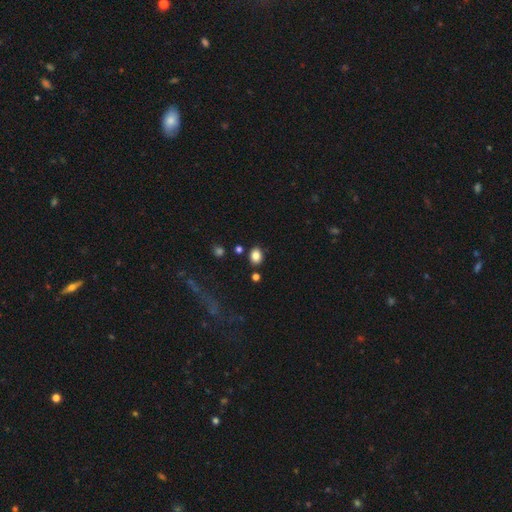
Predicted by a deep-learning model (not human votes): Q: Smooth or featured?
A: smooth (83%); runner-up: star or artifact (11%)
Q: How rounded?
A: in between (64%); runner-up: round (35%)
Q: Merging?
A: none (83%); runner-up: minor disturbance (10%)